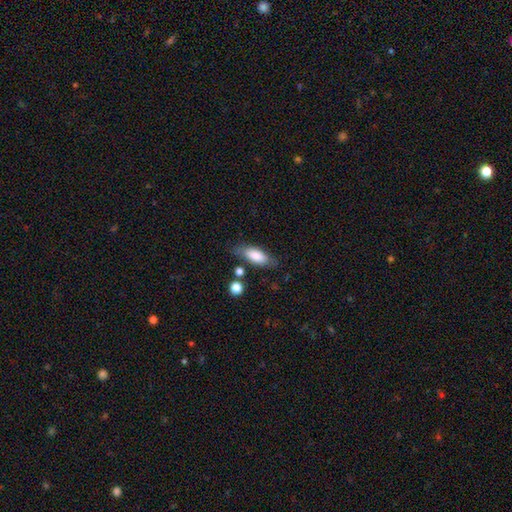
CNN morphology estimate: smooth 80%, featured or disk 13%, star or artifact 7%. Down the decision tree: how rounded — in between (76%); merging — none (72%).